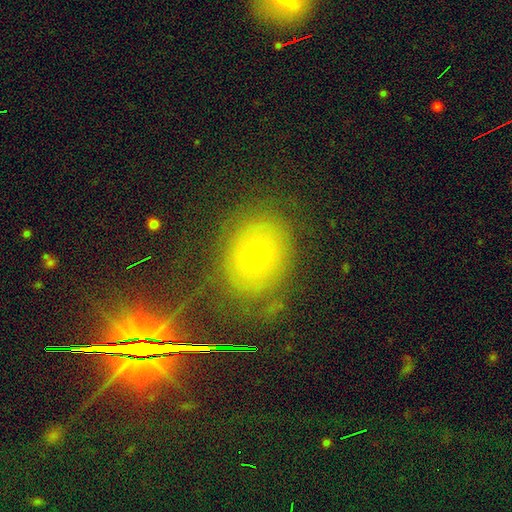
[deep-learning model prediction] Smooth or featured?
  - smooth: 49% *
  - featured or disk: 36%
  - star or artifact: 15%
Merging?
  - none: 65% *
  - minor disturbance: 18%
  - major disturbance: 14%
  - merger: 3%